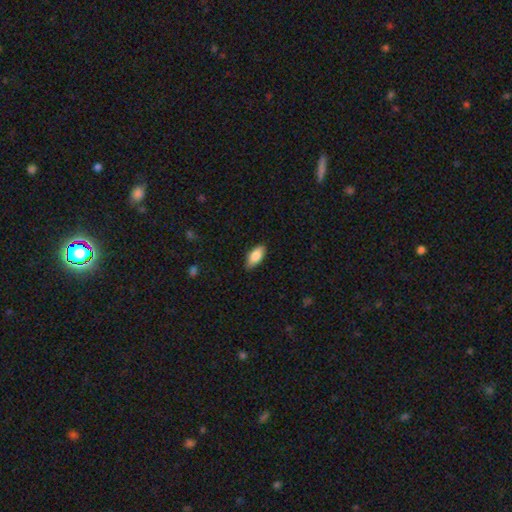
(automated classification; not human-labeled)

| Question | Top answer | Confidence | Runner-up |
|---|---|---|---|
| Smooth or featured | smooth | 85% | featured or disk (9%) |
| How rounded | in between | 88% | cigar-shaped (10%) |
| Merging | none | 84% | minor disturbance (13%) |